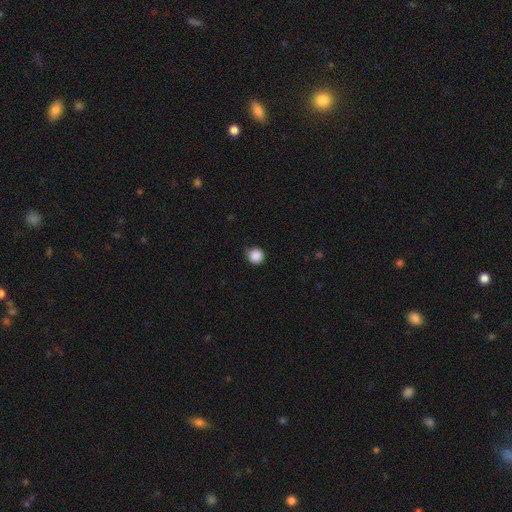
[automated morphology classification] This appears to be a smooth galaxy with no disk features (88%) that is round (92%). Merging: none (70%).